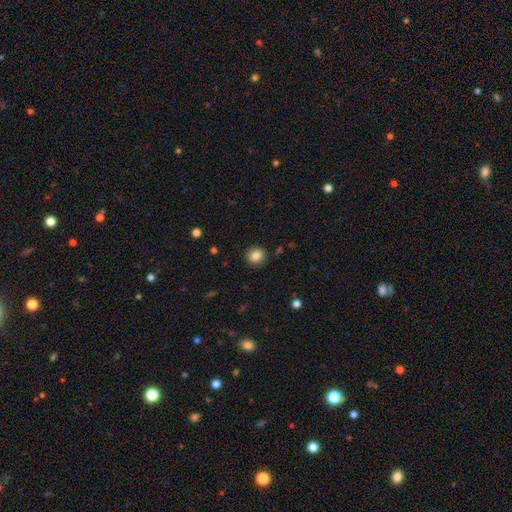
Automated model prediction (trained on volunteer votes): smooth_or_featured: smooth (p=0.84) [alt: star or artifact p=0.10]
how_rounded: round (p=0.90) [alt: in between p=0.09]
merging: none (p=0.90) [alt: minor disturbance p=0.07]